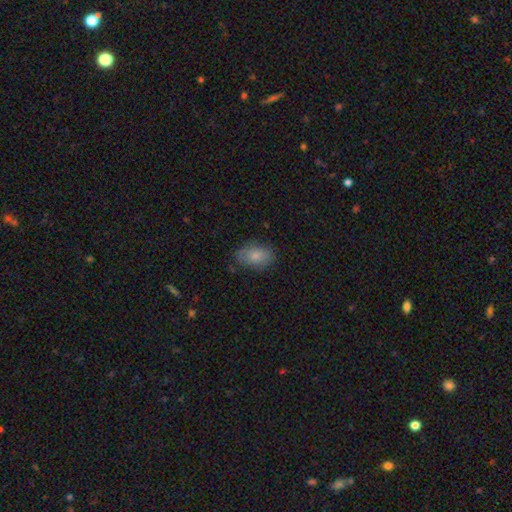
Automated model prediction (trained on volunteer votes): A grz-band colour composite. It shows a smooth galaxy with no disk features (81%) that is in between round and cigar-shaped (88%). Merging: none (77%).